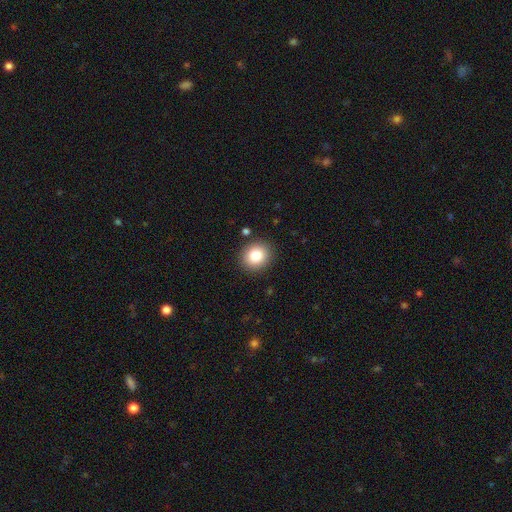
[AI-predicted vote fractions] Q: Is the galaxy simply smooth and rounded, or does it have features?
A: smooth — 84%.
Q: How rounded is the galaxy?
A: round — 77%.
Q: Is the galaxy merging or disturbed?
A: none — 89%.